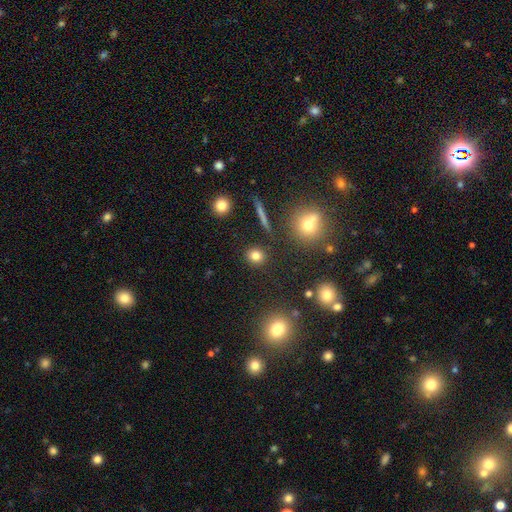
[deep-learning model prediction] Morphology: type=smooth (80%); roundness=round (83%); merging=none (88%).